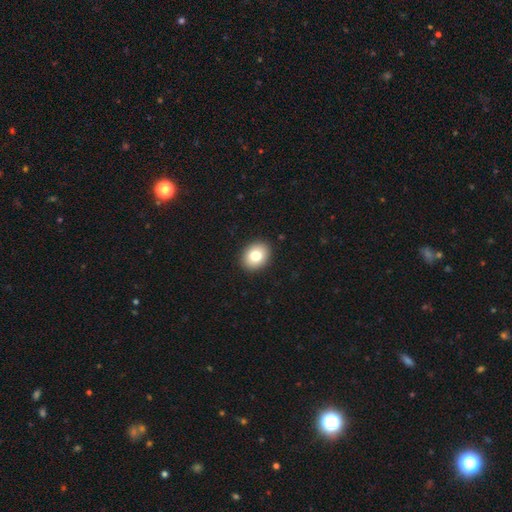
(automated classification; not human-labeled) Smooth or featured: smooth — 80% (featured or disk — 11%)
How rounded: in between — 53% (round — 47%)
Merging: none — 91% (minor disturbance — 6%)